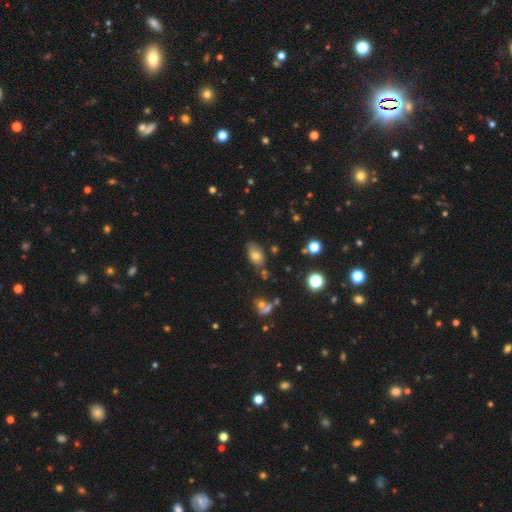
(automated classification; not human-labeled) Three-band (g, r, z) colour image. It shows a smooth galaxy with no disk features (73%) that is in between round and cigar-shaped (90%). Merging: none (70%).